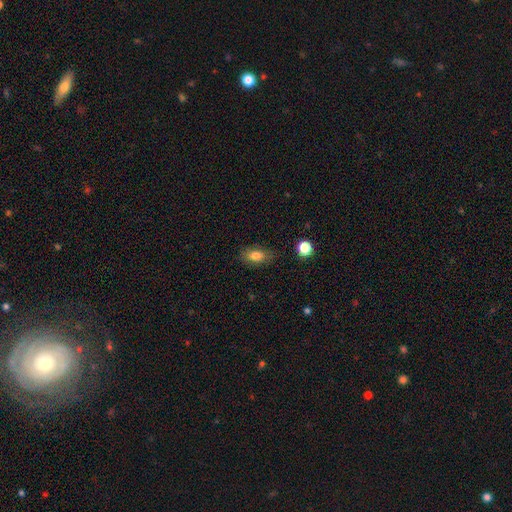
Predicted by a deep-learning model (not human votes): smooth-or-featured: smooth: 82% | featured or disk: 9% | star or artifact: 9%
  how-rounded: in between: 86% | round: 9% | cigar-shaped: 5%
  merging: none: 80% | minor disturbance: 14% | major disturbance: 4% | merger: 2%